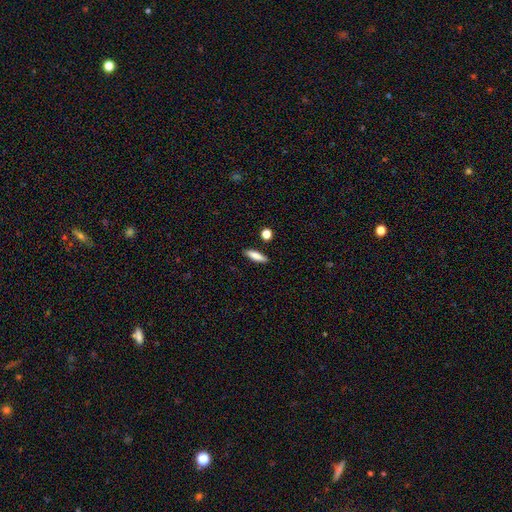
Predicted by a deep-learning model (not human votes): smooth_or_featured: smooth (p=0.80) [alt: featured or disk p=0.13]
how_rounded: cigar-shaped (p=0.63) [alt: in between p=0.34]
merging: none (p=0.87) [alt: minor disturbance p=0.08]